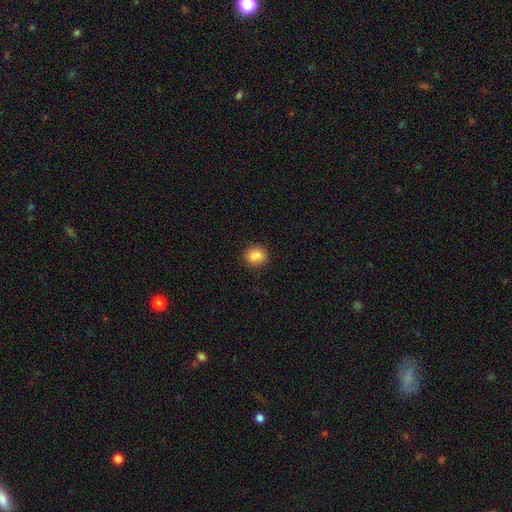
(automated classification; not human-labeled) This appears to be a smooth galaxy with no disk features (87%) that is round (68%). Merging: none (83%).